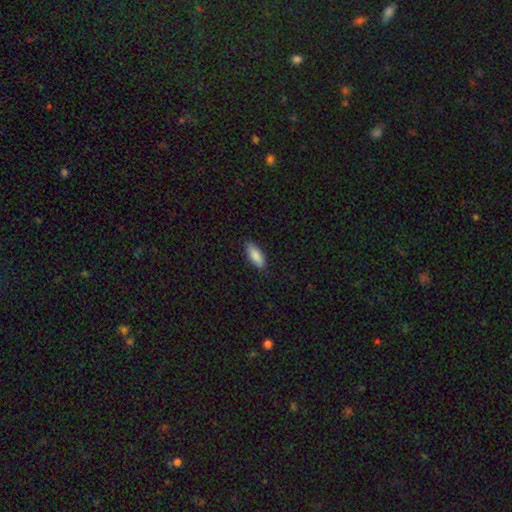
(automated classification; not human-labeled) smooth_or_featured: smooth (p=0.87) [alt: featured or disk p=0.07]
how_rounded: in between (p=0.76) [alt: cigar-shaped p=0.22]
merging: none (p=0.86) [alt: minor disturbance p=0.11]